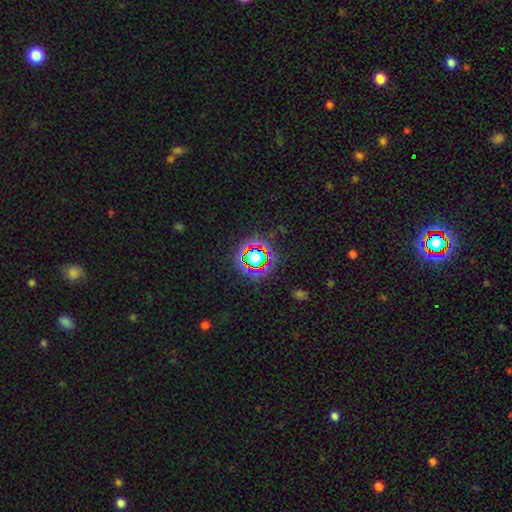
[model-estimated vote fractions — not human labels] Smooth or featured?
  - star or artifact: 62% *
  - smooth: 25%
  - featured or disk: 13%